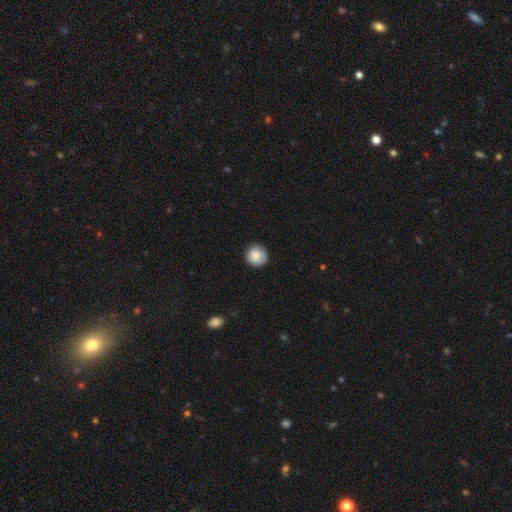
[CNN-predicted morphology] The model was most divided on "merging": none: 85%, minor disturbance: 12%, major disturbance: 2%, merger: 1%. More confident: how rounded — round (94%); smooth or featured — smooth (86%).